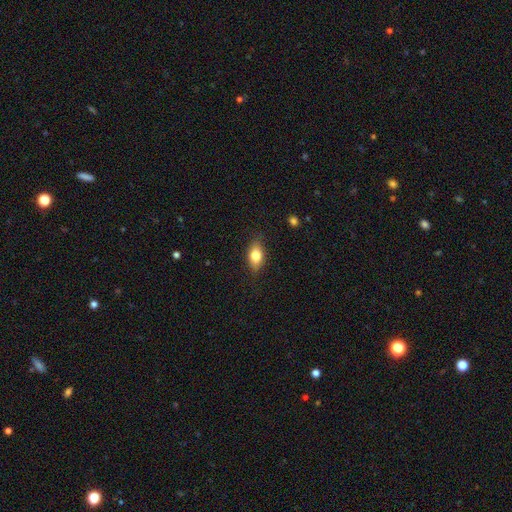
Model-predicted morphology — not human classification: This is likely a smooth galaxy (76%). How rounded: clearly in between (85%). Merging: clearly none (83%).